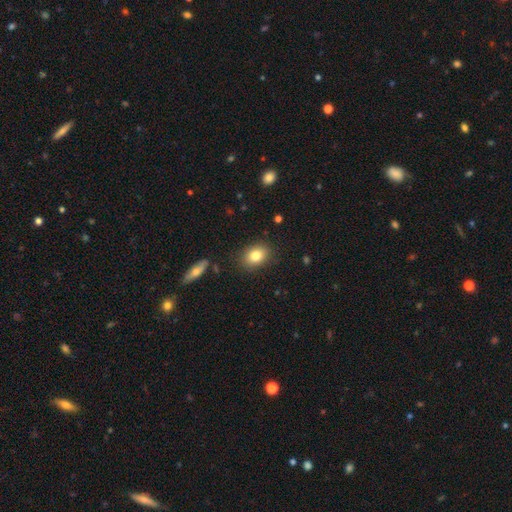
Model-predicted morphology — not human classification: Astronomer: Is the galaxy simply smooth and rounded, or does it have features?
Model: smooth — 81%.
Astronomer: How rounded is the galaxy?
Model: in between — 67%.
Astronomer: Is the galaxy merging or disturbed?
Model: none — 86%.